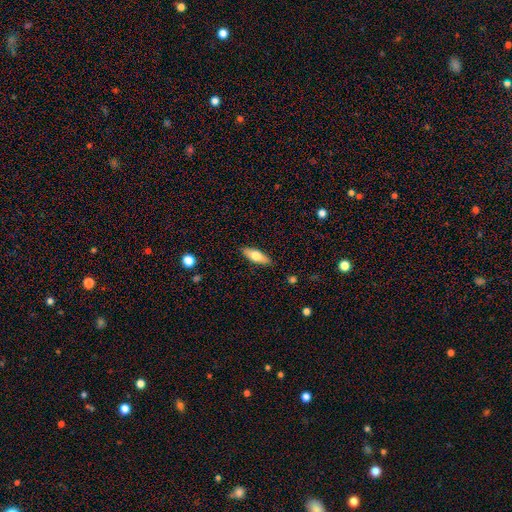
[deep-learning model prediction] Morphology: type=smooth (65%); roundness=in between (64%); merging=none (87%).